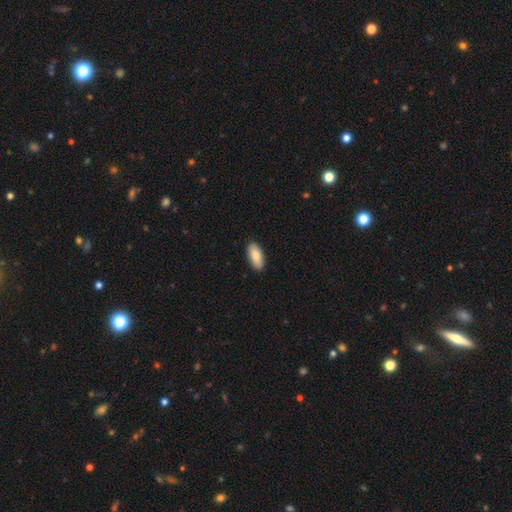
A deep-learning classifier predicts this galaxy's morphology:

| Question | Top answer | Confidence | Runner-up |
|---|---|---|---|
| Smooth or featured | smooth | 87% | featured or disk (8%) |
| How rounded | in between | 88% | cigar-shaped (10%) |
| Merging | none | 90% | minor disturbance (7%) |